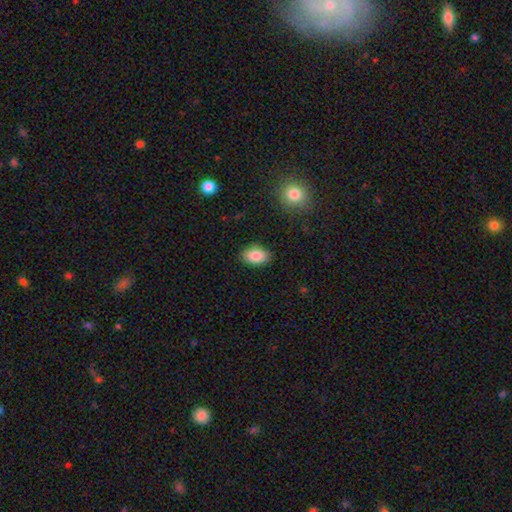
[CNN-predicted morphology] The model was most divided on "merging": none: 86%, minor disturbance: 11%, major disturbance: 2%, merger: 1%. More confident: how rounded — in between (90%); smooth or featured — smooth (86%).